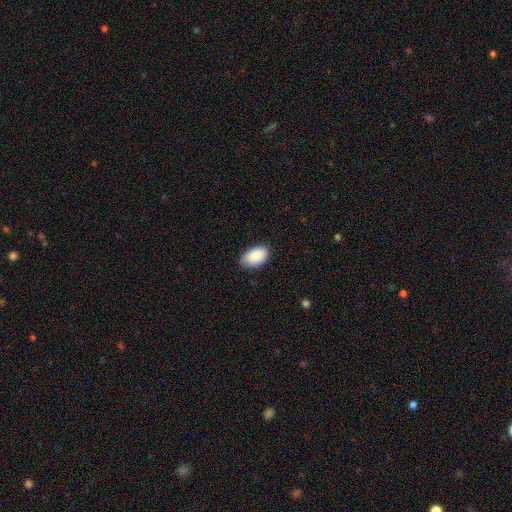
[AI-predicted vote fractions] A smooth galaxy with no disk features (89%) that is in between round and cigar-shaped (94%).

Vote fractions:
- Smooth or featured? smooth: 89% / star or artifact: 6% / featured or disk: 5%
- How rounded? in between: 94% / round: 5% / cigar-shaped: 1%
- Merging? none: 82% / minor disturbance: 15% / major disturbance: 2% / merger: 1%